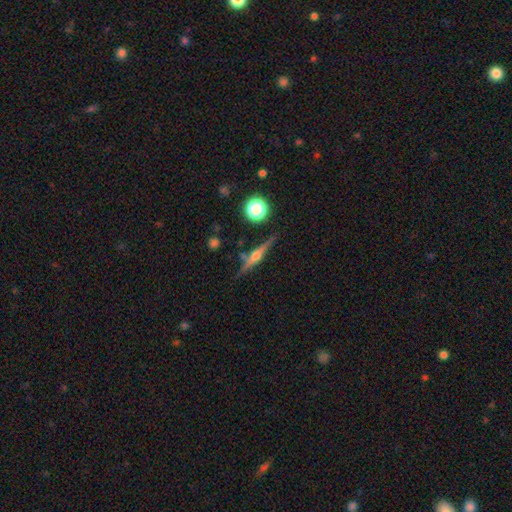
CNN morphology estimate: Overall: featured or disk (76%). Edge-on disk: yes (97%). Edge-on bulge: rounded (91%). Merging: none (84%).